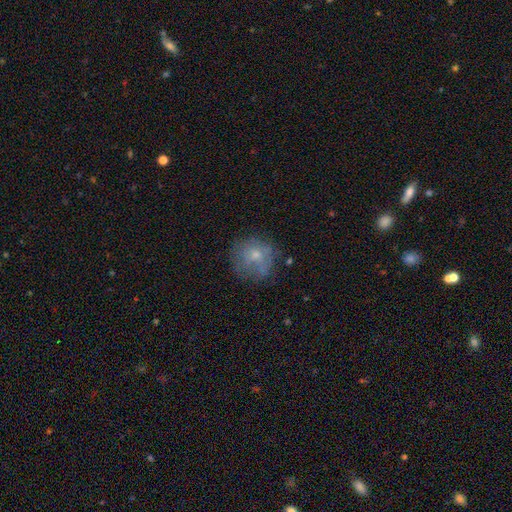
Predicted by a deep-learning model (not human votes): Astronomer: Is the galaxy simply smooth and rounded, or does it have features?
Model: smooth — 58%.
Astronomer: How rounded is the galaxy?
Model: round — 85%.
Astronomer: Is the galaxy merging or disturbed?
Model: none — 61%.